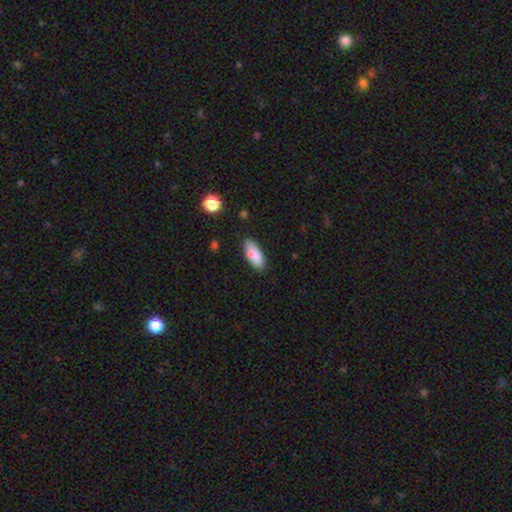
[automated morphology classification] This appears to be a smooth galaxy with no disk features (82%) that is in between round and cigar-shaped (79%). Merging: none (76%).